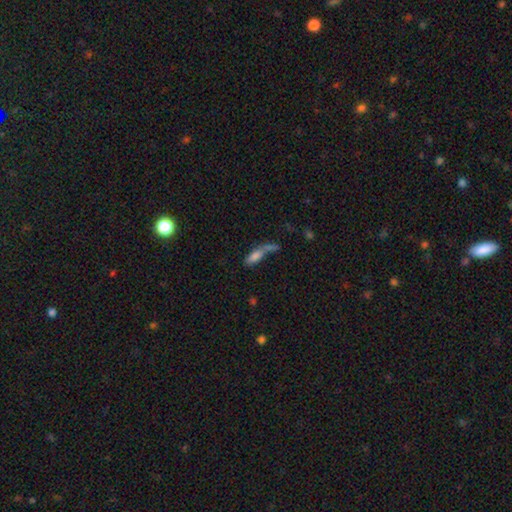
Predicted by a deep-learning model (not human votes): A smooth galaxy with no disk features (67%) that is in between round and cigar-shaped (57%).

Vote fractions:
- Smooth or featured? smooth: 67% / featured or disk: 20% / star or artifact: 13%
- How rounded? in between: 57% / cigar-shaped: 39% / round: 4%
- Merging? merger: 35% / none: 33% / major disturbance: 17% / minor disturbance: 15%